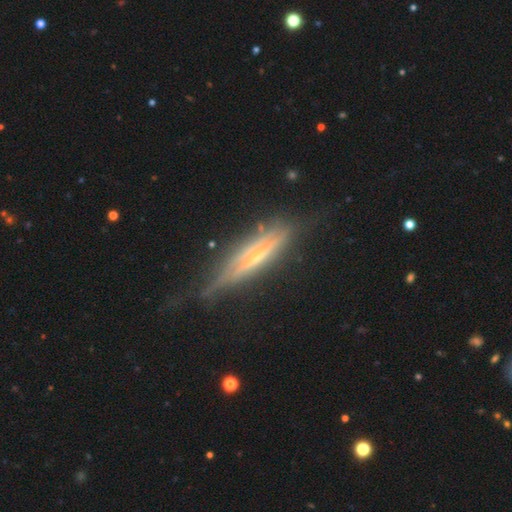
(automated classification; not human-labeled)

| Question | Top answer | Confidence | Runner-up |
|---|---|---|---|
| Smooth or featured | featured or disk | 79% | smooth (15%) |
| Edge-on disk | yes | 93% | no (7%) |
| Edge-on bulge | rounded | 59% | none (28%) |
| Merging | none | 67% | minor disturbance (22%) |